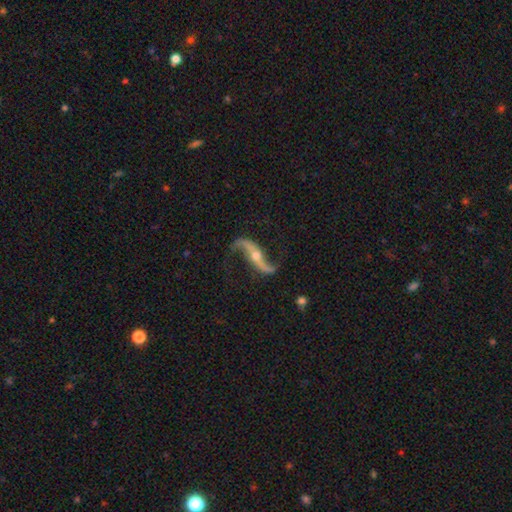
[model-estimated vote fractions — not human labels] featured or disk 91%, star or artifact 5%, smooth 5%. Down the decision tree: edge-on disk — no (89%); bar — no (41%); spiral arms — yes (97%); spiral arm count — 2 (94%); spiral winding — loose (91%); bulge size — small (47%, tied with moderate); merging — none (79%).